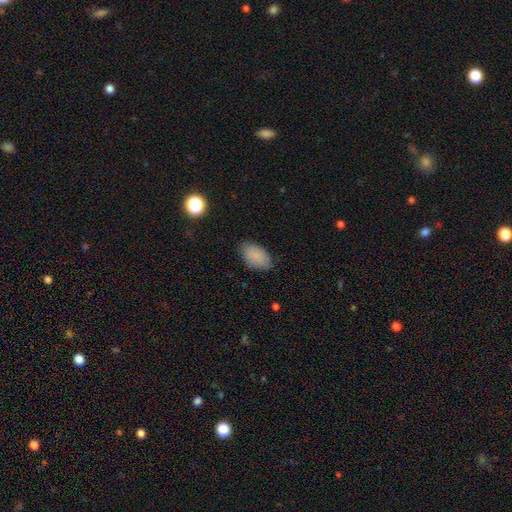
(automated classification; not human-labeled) A smooth galaxy with no disk features (87%) that is in between round and cigar-shaped (93%).

Vote fractions:
- Smooth or featured? smooth: 87% / star or artifact: 8% / featured or disk: 5%
- How rounded? in between: 93% / round: 5% / cigar-shaped: 2%
- Merging? none: 81% / minor disturbance: 15% / major disturbance: 3% / merger: 1%